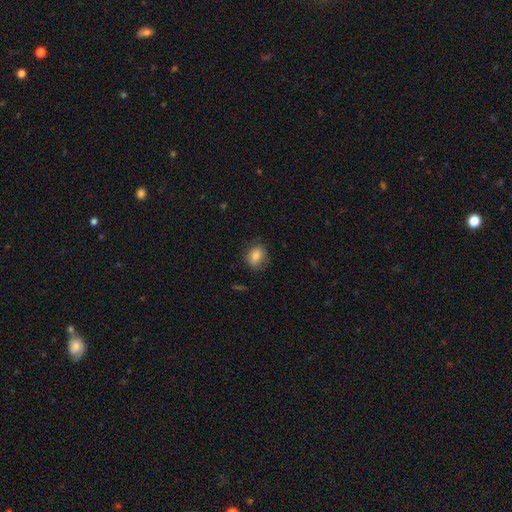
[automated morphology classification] smooth 84%, star or artifact 9%, featured or disk 7%. Down the decision tree: how rounded — in between (50%); merging — none (77%).